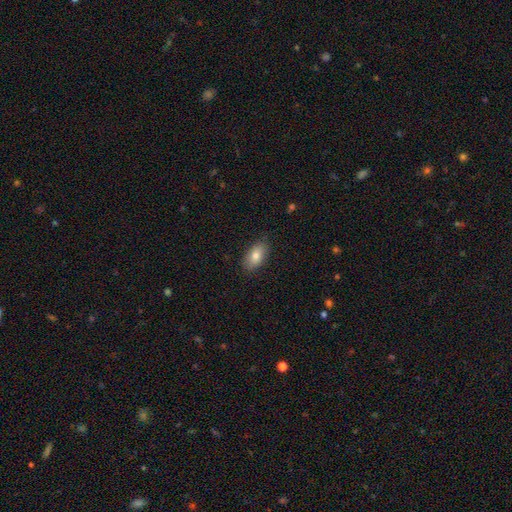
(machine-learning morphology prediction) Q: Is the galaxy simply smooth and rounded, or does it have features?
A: smooth — 80%.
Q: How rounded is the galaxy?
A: in between — 91%.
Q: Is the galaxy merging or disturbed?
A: none — 87%.